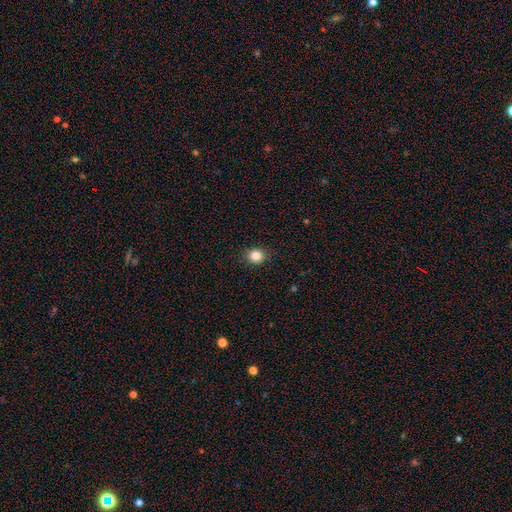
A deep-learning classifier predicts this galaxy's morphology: smooth-or-featured: smooth: 84% | star or artifact: 11% | featured or disk: 5%
  how-rounded: round: 72% | in between: 27% | cigar-shaped: 1%
  merging: none: 88% | minor disturbance: 9% | major disturbance: 2% | merger: 1%